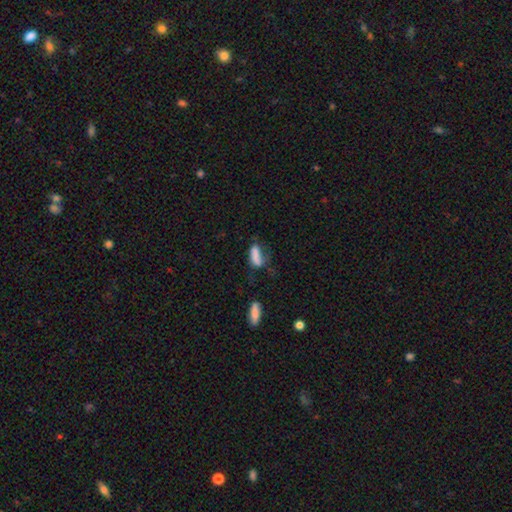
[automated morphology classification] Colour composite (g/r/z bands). It shows a smooth galaxy with no disk features (74%) that is in between round and cigar-shaped (69%). Merging: none (32%).